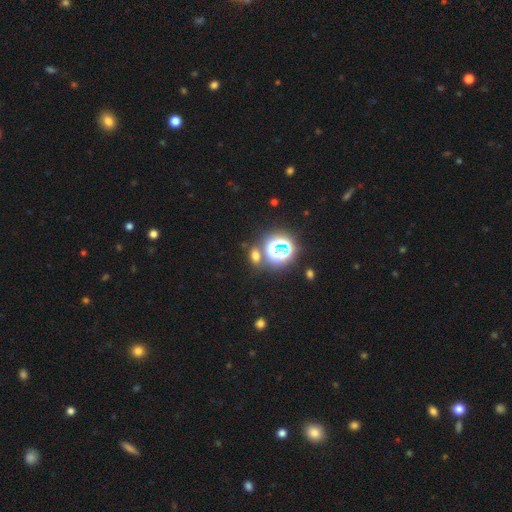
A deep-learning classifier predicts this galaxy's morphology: smooth 51%, star or artifact 40%, featured or disk 10%. Down the decision tree: how rounded — in between (57%); merging — none (74%).